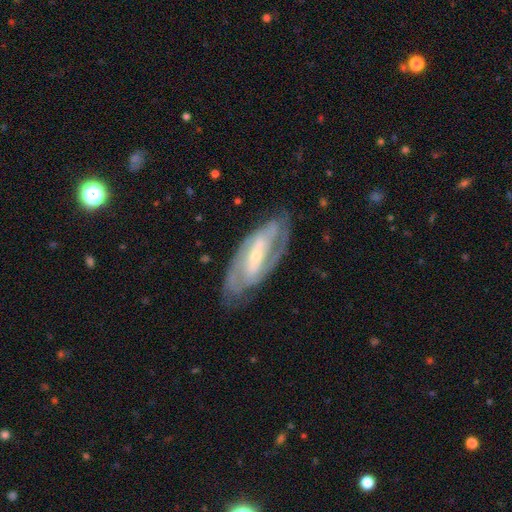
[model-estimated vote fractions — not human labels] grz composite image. It shows a featured or disk galaxy (85%) with a strong bar (57%), 2 (76%) tight (46%) spiral arms (92%) and a small central bulge (66%). Merging: none (77%).